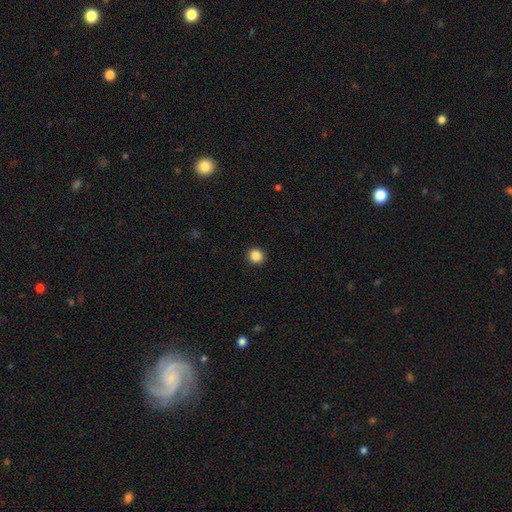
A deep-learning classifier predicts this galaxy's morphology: This appears to be a smooth galaxy with no disk features (86%) that is round (93%). Merging: none (93%).